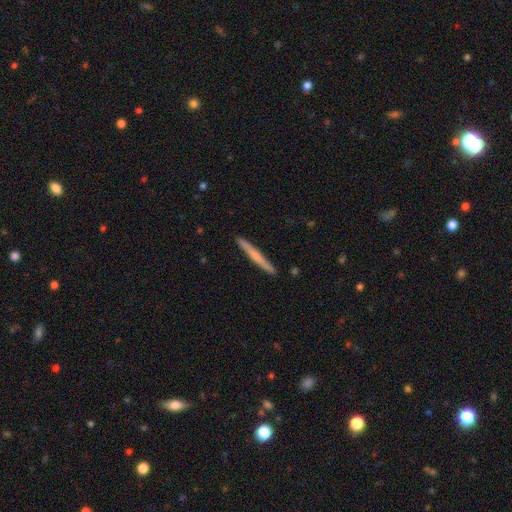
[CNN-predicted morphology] Smooth or featured: smooth — 50% (featured or disk — 45%)
Merging: none — 91% (minor disturbance — 6%)